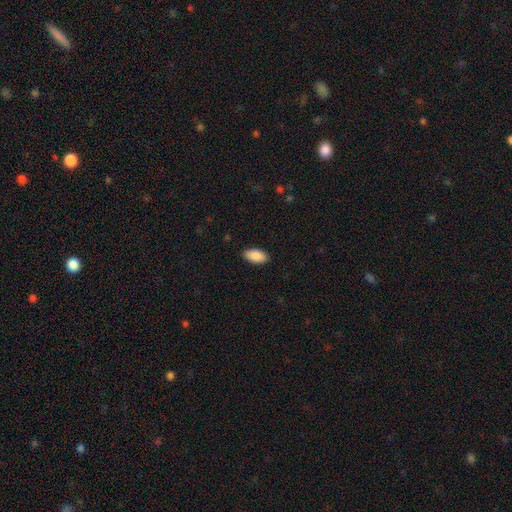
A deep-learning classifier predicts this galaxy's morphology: This appears to be a smooth galaxy with no disk features (90%) that is in between round and cigar-shaped (95%). Merging: none (90%).